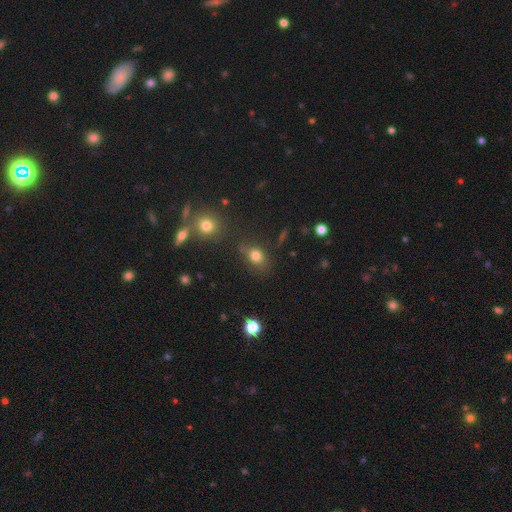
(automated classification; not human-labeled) The model was most divided on "how rounded": in between: 55%, round: 43%, cigar-shaped: 2%. More confident: smooth or featured — smooth (77%); merging — none (69%).